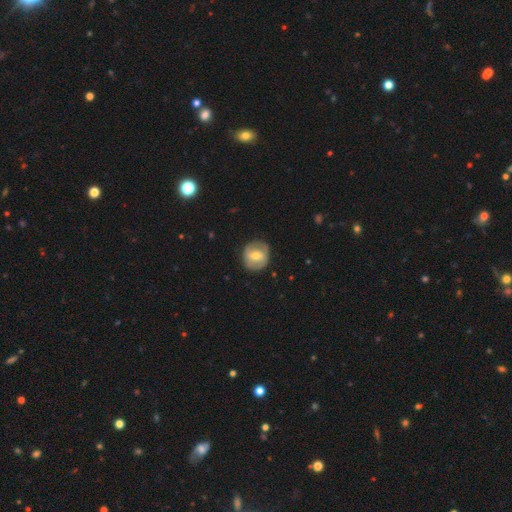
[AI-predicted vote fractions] smooth-or-featured: featured or disk: 50% | smooth: 44% | star or artifact: 6%
  merging: none: 81% | minor disturbance: 14% | major disturbance: 4% | merger: 1%